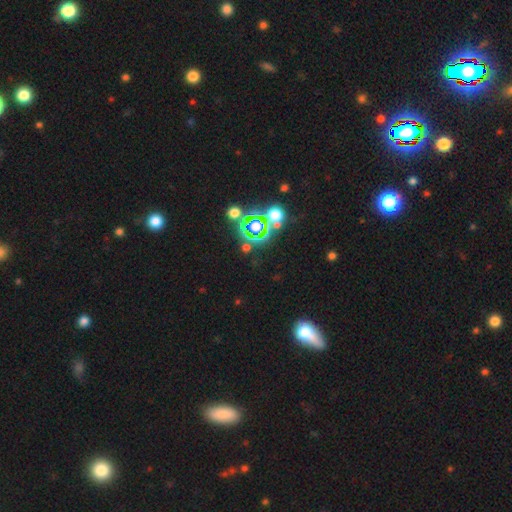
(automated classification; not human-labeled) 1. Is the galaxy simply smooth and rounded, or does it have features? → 71% star or artifact, 18% smooth, 10% featured or disk.